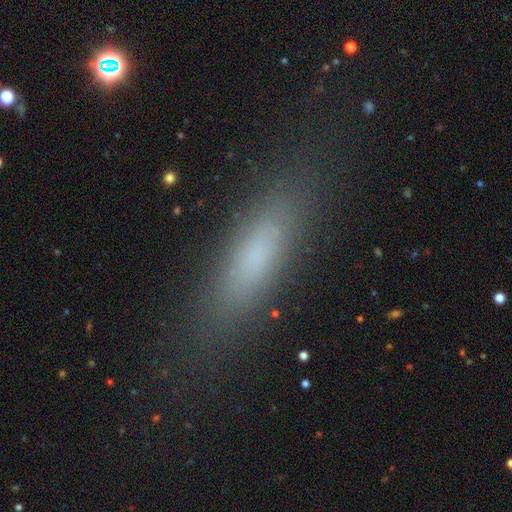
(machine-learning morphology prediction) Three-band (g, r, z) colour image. It shows a smooth galaxy with no disk features (73%) that is cigar-shaped (64%). Merging: none (84%).